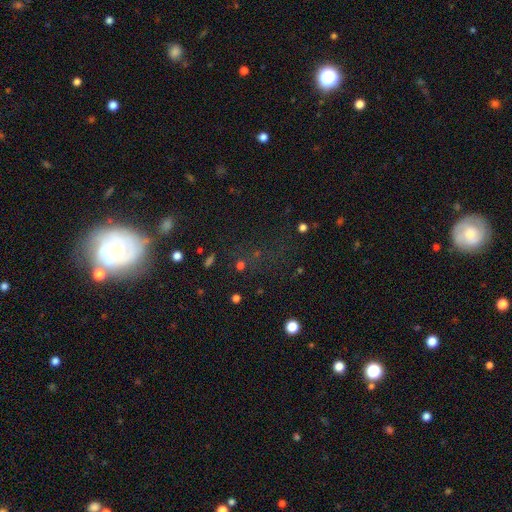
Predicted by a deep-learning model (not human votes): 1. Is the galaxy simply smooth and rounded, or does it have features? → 49% star or artifact, 26% featured or disk, 25% smooth.